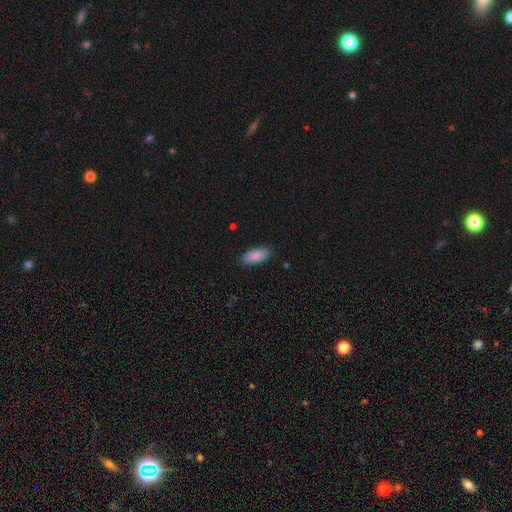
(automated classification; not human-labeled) A smooth galaxy with no disk features (86%) that is in between round and cigar-shaped (85%).

Vote fractions:
- Smooth or featured? smooth: 86% / featured or disk: 8% / star or artifact: 6%
- How rounded? in between: 85% / cigar-shaped: 13% / round: 2%
- Merging? none: 87% / minor disturbance: 10% / major disturbance: 2% / merger: 1%